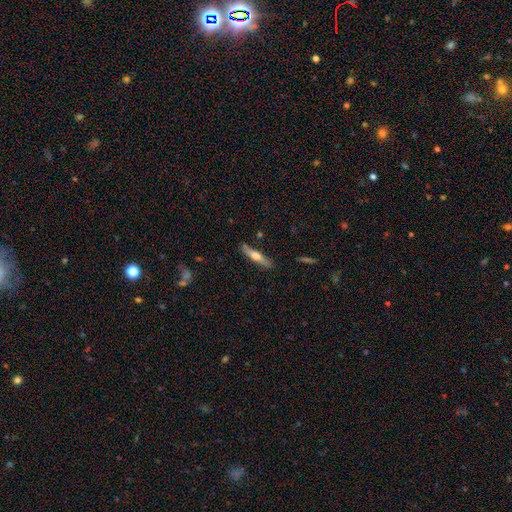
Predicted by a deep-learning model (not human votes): smooth 49%, featured or disk 45%, star or artifact 6%. Down the decision tree: merging — none (85%).